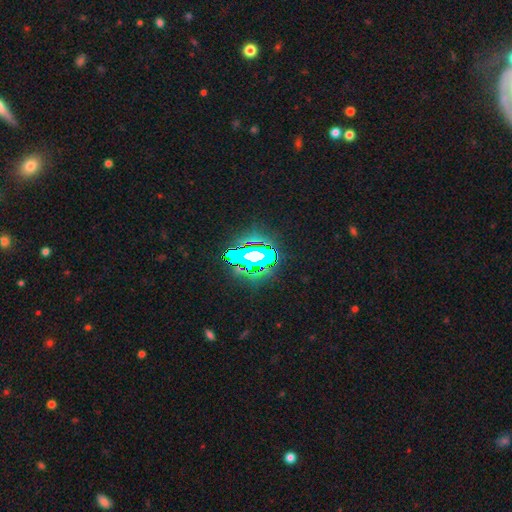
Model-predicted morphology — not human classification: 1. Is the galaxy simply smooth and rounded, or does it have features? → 65% star or artifact, 18% featured or disk, 17% smooth.